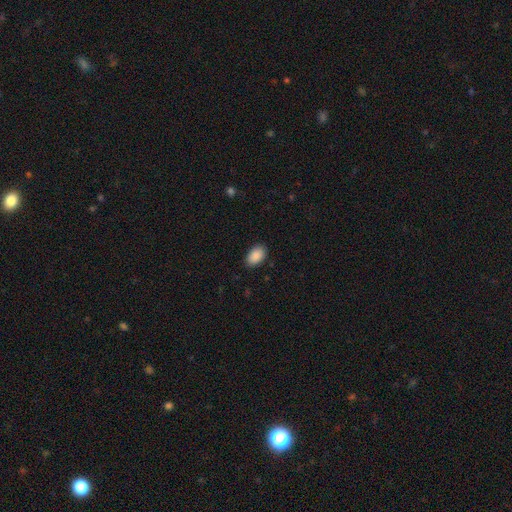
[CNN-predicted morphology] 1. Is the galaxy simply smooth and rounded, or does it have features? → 89% smooth, 7% star or artifact, 4% featured or disk.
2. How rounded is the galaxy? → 92% in between, 6% round, 1% cigar-shaped.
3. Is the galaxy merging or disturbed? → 87% none, 10% minor disturbance, 2% major disturbance, 1% merger.